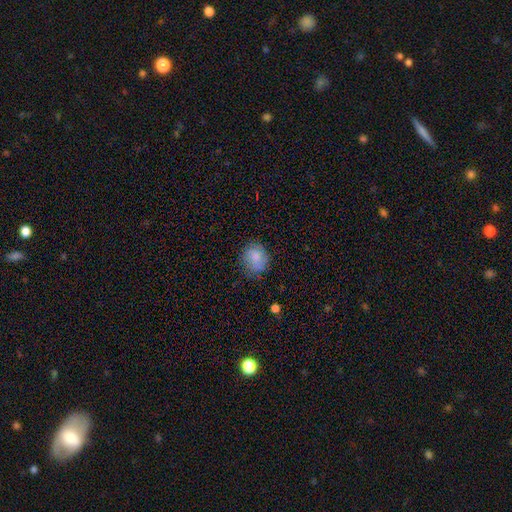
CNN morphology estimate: smooth_or_featured: smooth (p=0.66) [alt: featured or disk p=0.24]
how_rounded: round (p=0.59) [alt: in between p=0.39]
merging: none (p=0.76) [alt: minor disturbance p=0.18]